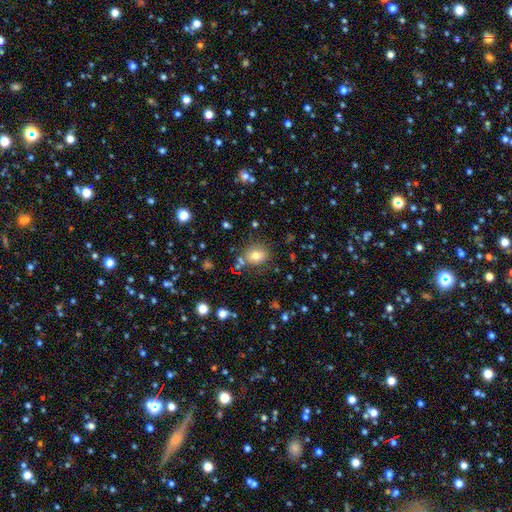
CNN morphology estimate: Smooth or featured: smooth — 75% (star or artifact — 14%)
How rounded: round — 67% (in between — 32%)
Merging: none — 77% (minor disturbance — 13%)